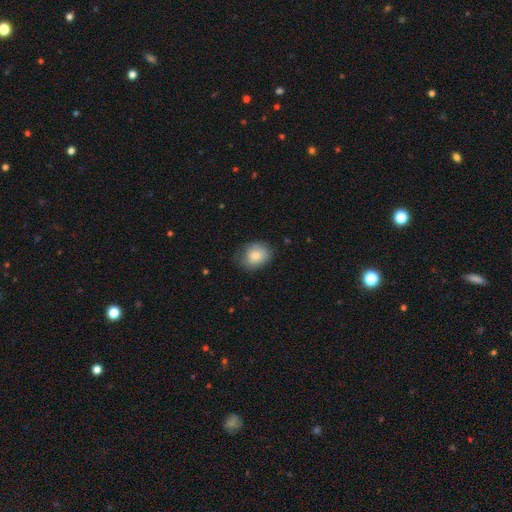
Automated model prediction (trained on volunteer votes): smooth-or-featured: smooth: 83% | featured or disk: 10% | star or artifact: 8%
  how-rounded: round: 51% | in between: 48% | cigar-shaped: 1%
  merging: none: 71% | minor disturbance: 23% | major disturbance: 5% | merger: 1%